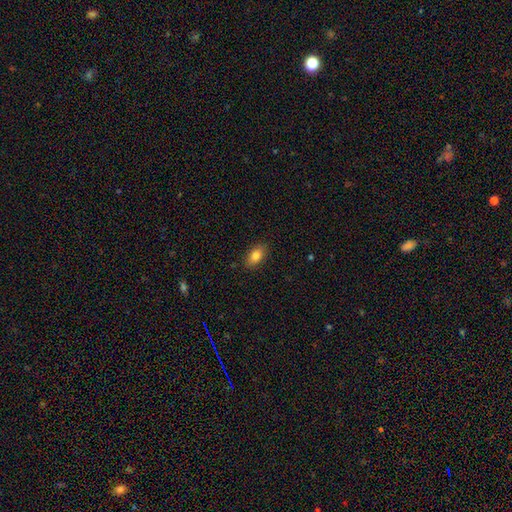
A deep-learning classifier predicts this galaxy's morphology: This appears to be a smooth galaxy with no disk features (83%) that is in between round and cigar-shaped (90%). Merging: none (88%).